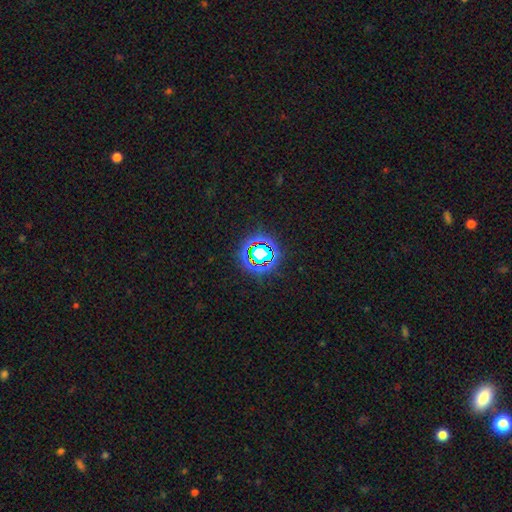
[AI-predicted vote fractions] This appears to be a star or artifact, not a galaxy (70%).